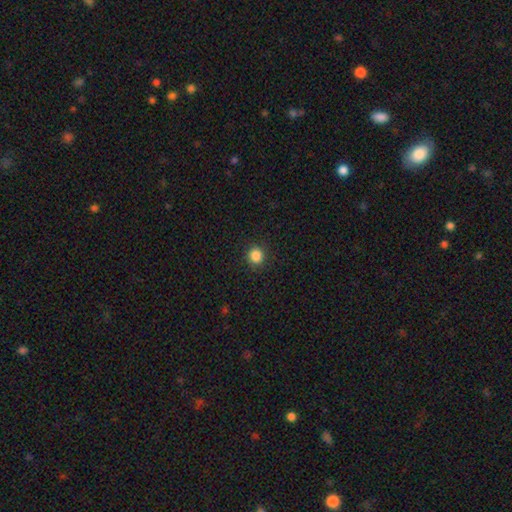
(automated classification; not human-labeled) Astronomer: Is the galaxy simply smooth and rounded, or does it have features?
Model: smooth — 85%.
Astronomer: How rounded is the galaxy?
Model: round — 90%.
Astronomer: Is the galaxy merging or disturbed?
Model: none — 91%.